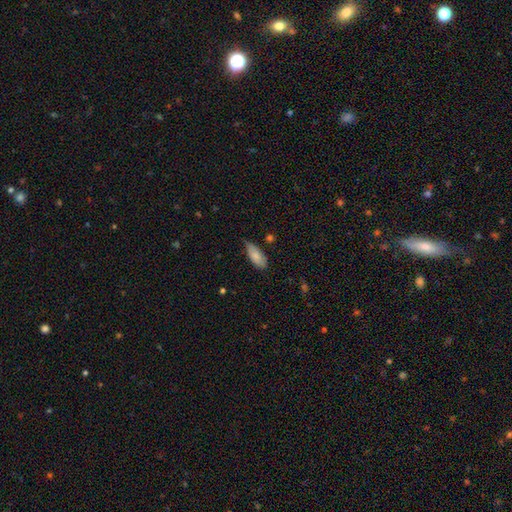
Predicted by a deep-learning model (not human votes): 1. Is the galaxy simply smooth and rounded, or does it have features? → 79% smooth, 14% featured or disk, 6% star or artifact.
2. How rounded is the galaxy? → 86% in between, 13% cigar-shaped, 2% round.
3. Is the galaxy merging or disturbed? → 55% none, 37% minor disturbance, 6% major disturbance, 2% merger.